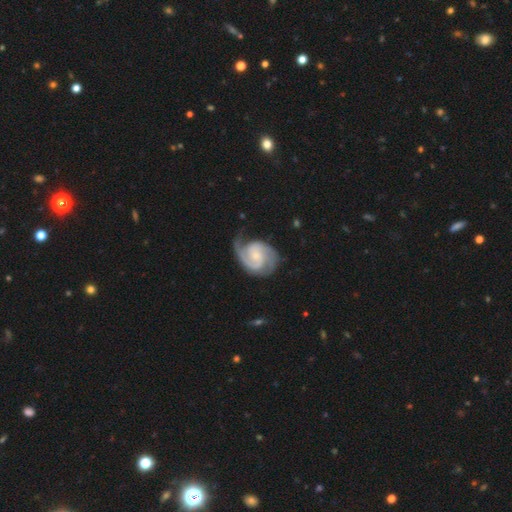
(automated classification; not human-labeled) A featured or disk galaxy (90%) with no bar (58%), 2 (82%) medium (47%) spiral arms (98%) and a small central bulge (60%).

Vote fractions:
- Smooth or featured? featured or disk: 90% / smooth: 6% / star or artifact: 4%
- Edge-on disk? no: 98% / yes: 2%
- Bar? no: 58% / weak: 35% / strong: 7%
- Spiral arms? yes: 98% / no: 2%
- Spiral winding? medium: 47% / tight: 42% / loose: 11%
- Spiral arm count? 2: 82% / 3: 7% / can't tell: 4% / 1: 3% / 4: 2% / more than 4: 2%
- Bulge size? small: 60% / moderate: 30% / none: 6% / large: 2% / dominant: 1%
- Merging? none: 66% / minor disturbance: 22% / major disturbance: 11% / merger: 2%